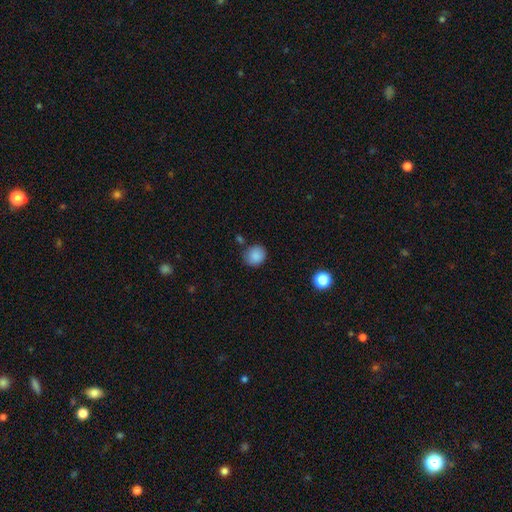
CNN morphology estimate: Smooth or featured? smooth (87%)
How rounded? round (82%)
Merging? none (79%)